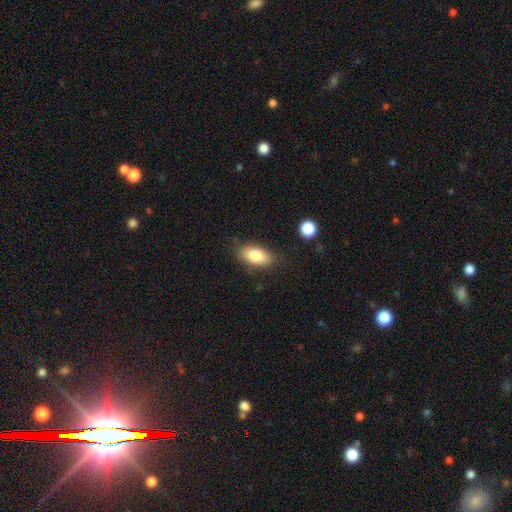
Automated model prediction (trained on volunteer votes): Smooth or featured?
  - smooth: 80% *
  - featured or disk: 13%
  - star or artifact: 7%
How rounded?
  - in between: 88% *
  - cigar-shaped: 7%
  - round: 5%
Merging?
  - none: 81% *
  - minor disturbance: 14%
  - major disturbance: 3%
  - merger: 2%